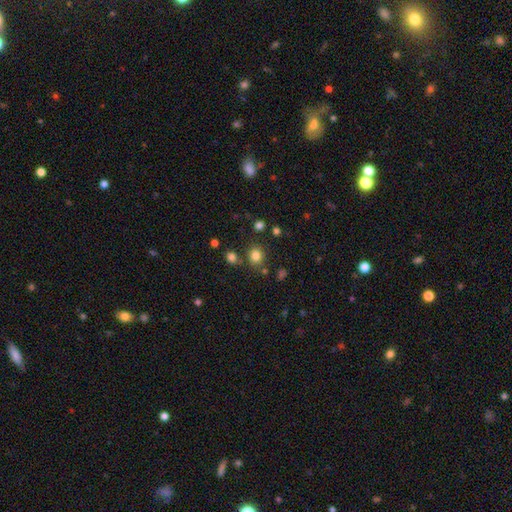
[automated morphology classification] The model was most divided on "how rounded": round: 77%, in between: 22%, cigar-shaped: 1%. More confident: smooth or featured — smooth (81%); merging — none (81%).